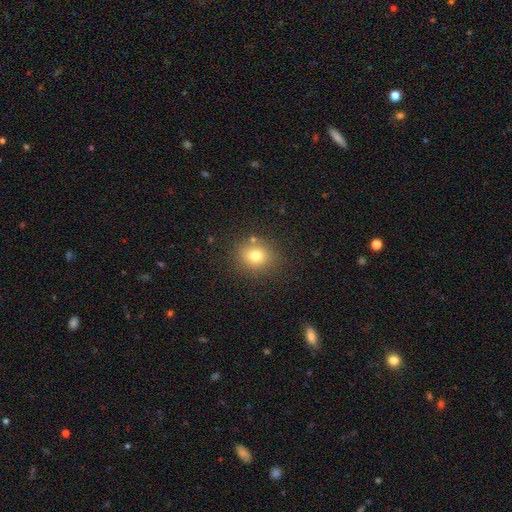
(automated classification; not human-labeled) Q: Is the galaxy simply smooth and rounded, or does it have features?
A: smooth — 76%.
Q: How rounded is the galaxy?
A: round — 78%.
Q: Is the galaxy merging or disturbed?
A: none — 82%.